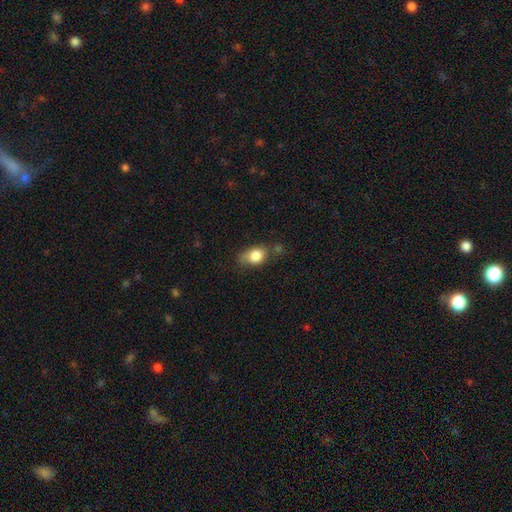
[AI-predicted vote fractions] Smooth or featured: smooth — 82% (featured or disk — 10%)
How rounded: in between — 73% (round — 24%)
Merging: none — 55% (minor disturbance — 29%)